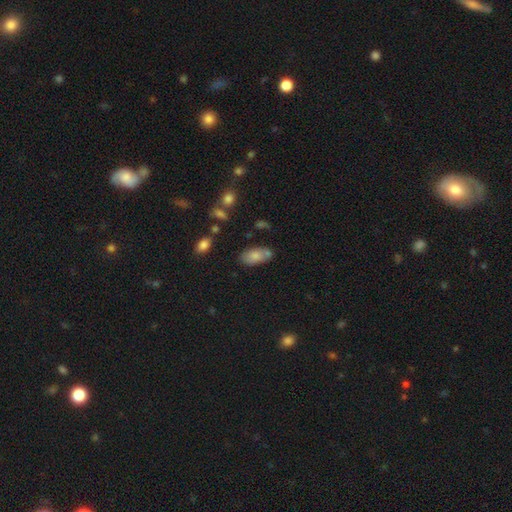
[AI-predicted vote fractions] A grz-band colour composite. It shows a smooth galaxy with no disk features (77%) that is in between round and cigar-shaped (92%). Merging: none (61%).